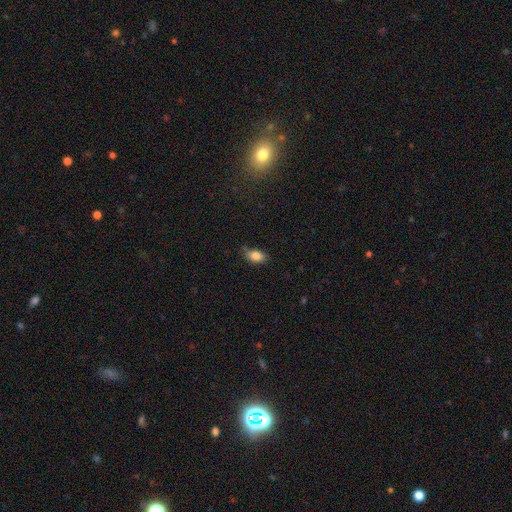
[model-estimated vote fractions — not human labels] The model was most divided on "merging": none: 73%, minor disturbance: 22%, major disturbance: 4%, merger: 2%. More confident: how rounded — in between (87%); smooth or featured — smooth (84%).